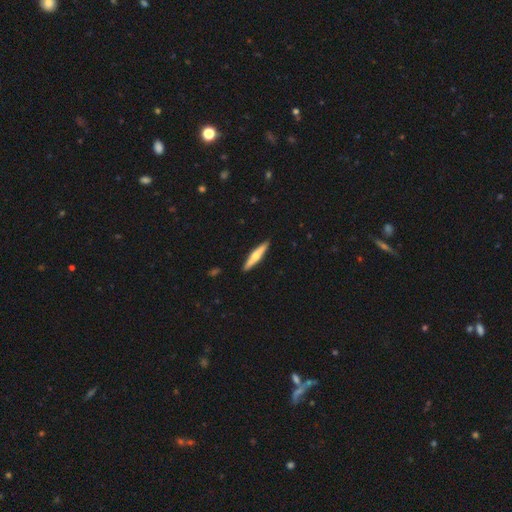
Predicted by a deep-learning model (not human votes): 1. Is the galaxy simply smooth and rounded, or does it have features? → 49% featured or disk, 45% smooth, 5% star or artifact.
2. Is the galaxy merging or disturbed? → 91% none, 7% minor disturbance, 1% major disturbance, 1% merger.